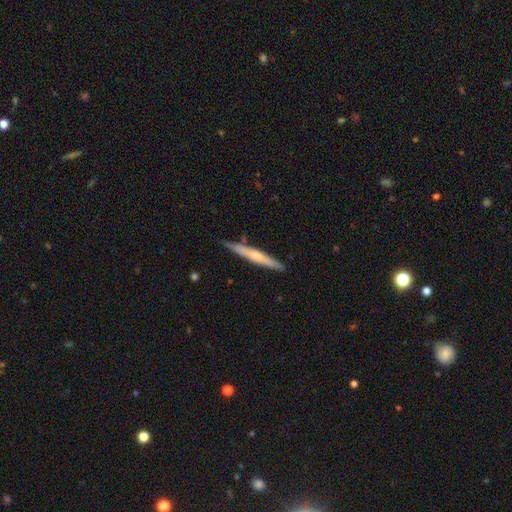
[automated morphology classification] Overall: featured or disk (48%; smooth 47%). Merging: none (84%).